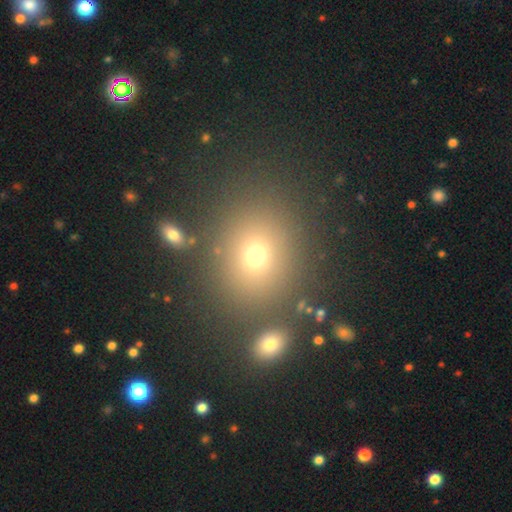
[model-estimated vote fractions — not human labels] Smooth or featured?
  - smooth: 66% *
  - star or artifact: 23%
  - featured or disk: 12%
How rounded?
  - round: 65% *
  - in between: 33%
  - cigar-shaped: 1%
Merging?
  - none: 80% *
  - minor disturbance: 9%
  - merger: 7%
  - major disturbance: 4%